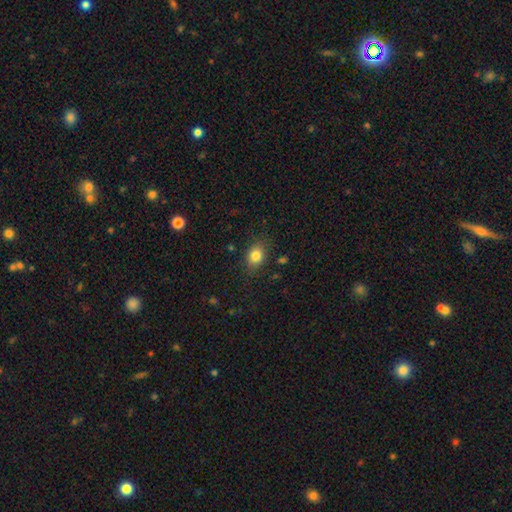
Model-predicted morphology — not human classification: Overall: smooth (83%). How rounded: in between (58%; round 40%). Merging: none (82%).